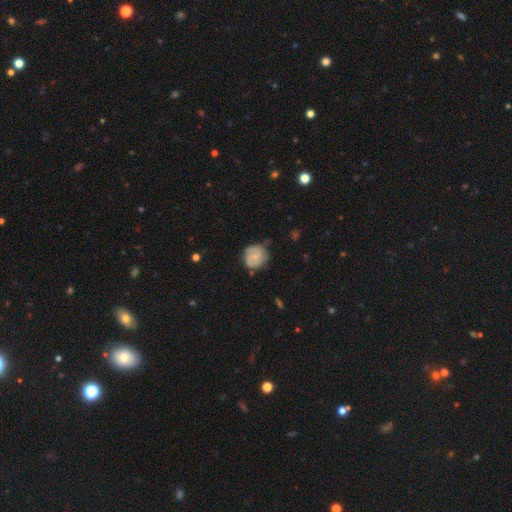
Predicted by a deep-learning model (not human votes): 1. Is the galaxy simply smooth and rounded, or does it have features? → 47% featured or disk, 46% smooth, 7% star or artifact.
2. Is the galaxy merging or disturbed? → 64% none, 27% minor disturbance, 7% major disturbance, 2% merger.